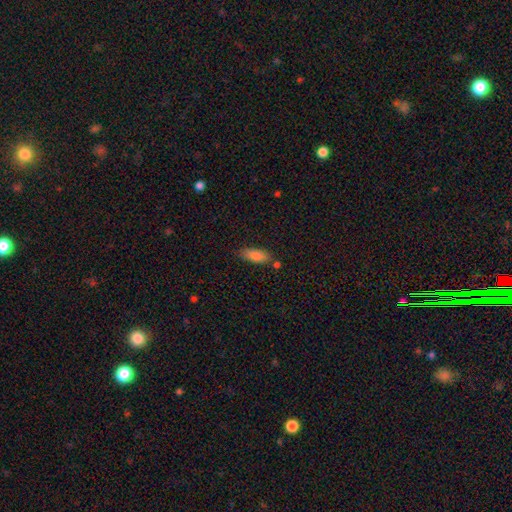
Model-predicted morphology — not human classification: type=smooth (83%); roundness=in between (69%); merging=none (73%).